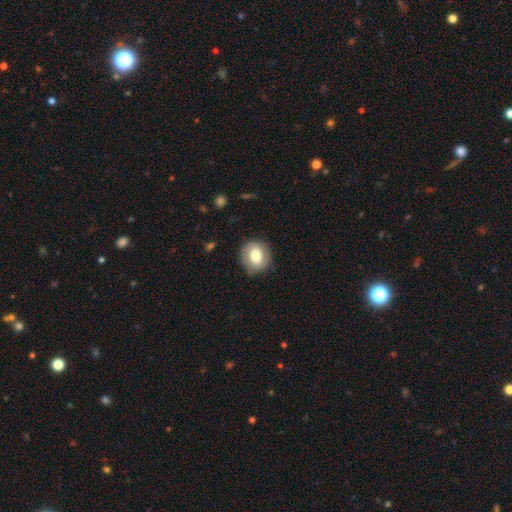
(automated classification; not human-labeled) The model was most divided on "smooth or featured": smooth: 73%, featured or disk: 18%, star or artifact: 8%. More confident: merging — none (82%); how rounded — round (81%).